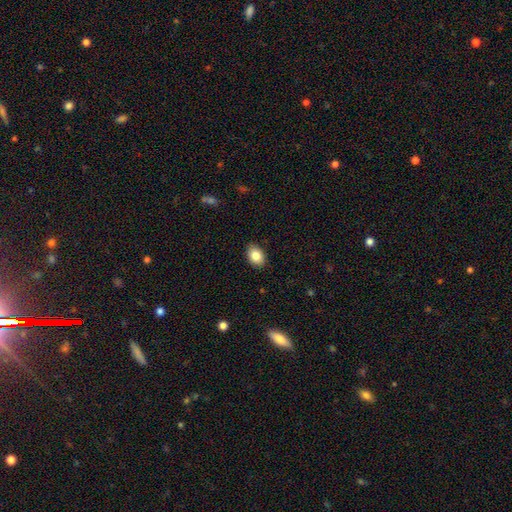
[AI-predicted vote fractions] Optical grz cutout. It shows a smooth galaxy with no disk features (84%) that is in between round and cigar-shaped (83%). Merging: none (89%).